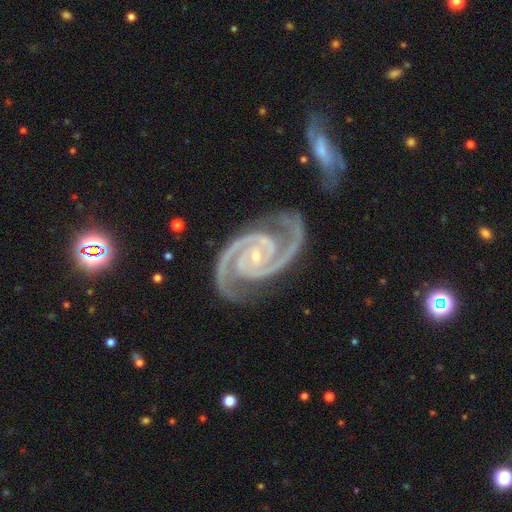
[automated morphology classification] Smooth or featured?
  - featured or disk: 95% *
  - star or artifact: 4%
  - smooth: 2%
Edge-on disk?
  - no: 98% *
  - yes: 2%
Bar?
  - no: 59% *
  - weak: 24%
  - strong: 16%
Spiral arms?
  - yes: 99% *
  - no: 1%
Spiral winding?
  - tight: 56% *
  - medium: 39%
  - loose: 5%
Spiral arm count?
  - 2: 93% *
  - 3: 2%
  - can't tell: 1%
  - 4: 1%
  - 1: 1%
  - more than 4: 1%
Bulge size?
  - small: 85% *
  - moderate: 12%
  - none: 2%
  - large: 1%
  - dominant: 1%
Merging?
  - none: 74% *
  - minor disturbance: 17%
  - major disturbance: 5%
  - merger: 5%